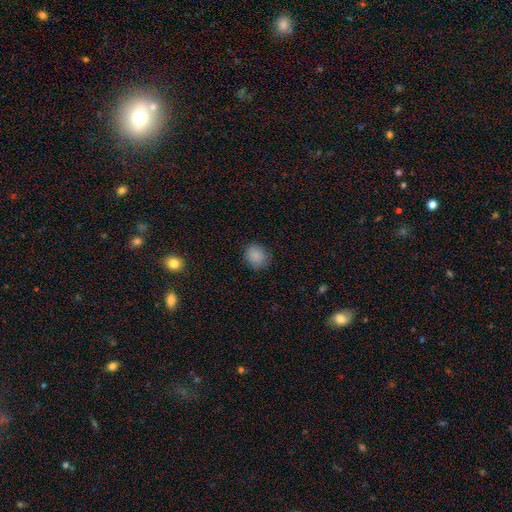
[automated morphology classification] Smooth or featured: smooth — 87% (star or artifact — 9%)
How rounded: round — 80% (in between — 19%)
Merging: none — 85% (minor disturbance — 11%)